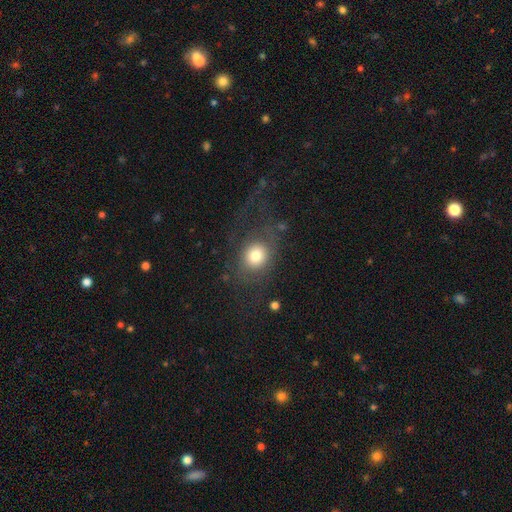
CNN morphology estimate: Smooth or featured? Predicted: smooth (p=0.72). How rounded? Predicted: round (p=0.65). Merging? Predicted: none (p=0.53).